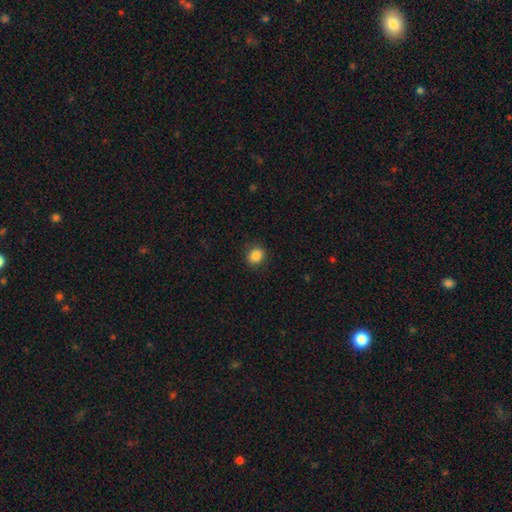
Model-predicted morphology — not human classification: smooth 86%, star or artifact 10%, featured or disk 4%. Down the decision tree: how rounded — round (63%); merging — none (89%).